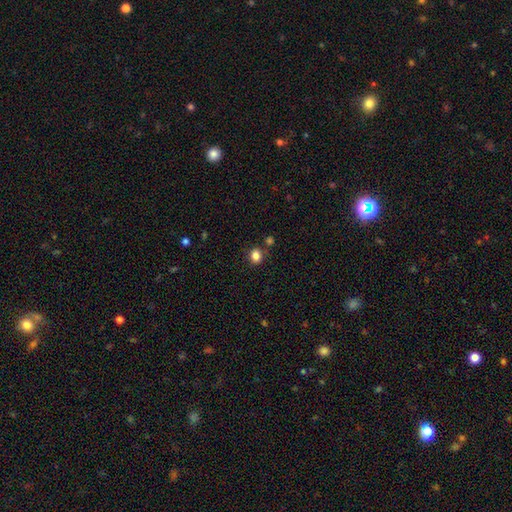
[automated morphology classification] This appears to be a smooth galaxy with no disk features (83%) that is round (64%). Merging: none (79%).